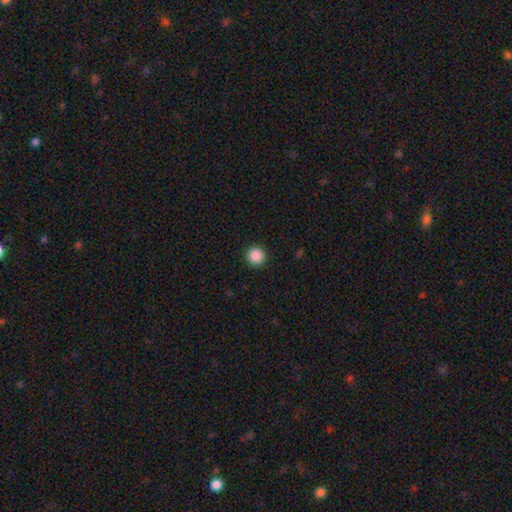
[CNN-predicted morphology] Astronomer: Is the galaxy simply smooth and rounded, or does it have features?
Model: smooth — 88%.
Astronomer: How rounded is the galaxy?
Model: round — 96%.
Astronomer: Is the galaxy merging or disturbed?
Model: none — 93%.